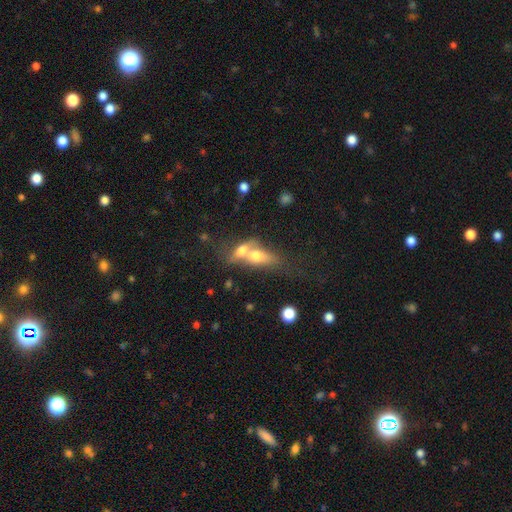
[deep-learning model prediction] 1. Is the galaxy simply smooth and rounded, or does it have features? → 61% smooth, 30% featured or disk, 9% star or artifact.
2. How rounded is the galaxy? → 68% in between, 18% cigar-shaped, 13% round.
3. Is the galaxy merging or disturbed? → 73% merger, 16% none, 6% minor disturbance, 5% major disturbance.